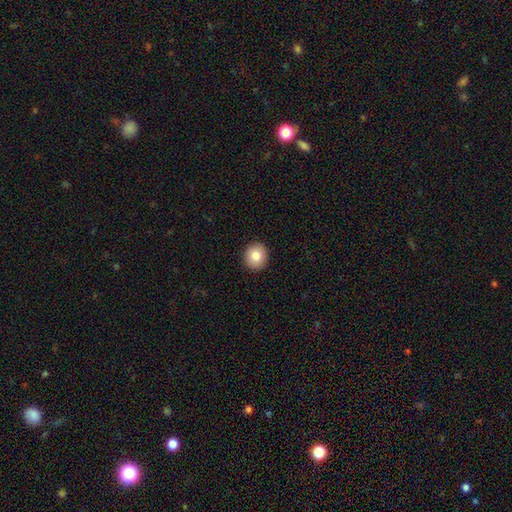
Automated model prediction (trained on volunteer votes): Smooth or featured? Predicted: smooth (p=0.84). How rounded? Predicted: round (p=0.84). Merging? Predicted: none (p=0.92).